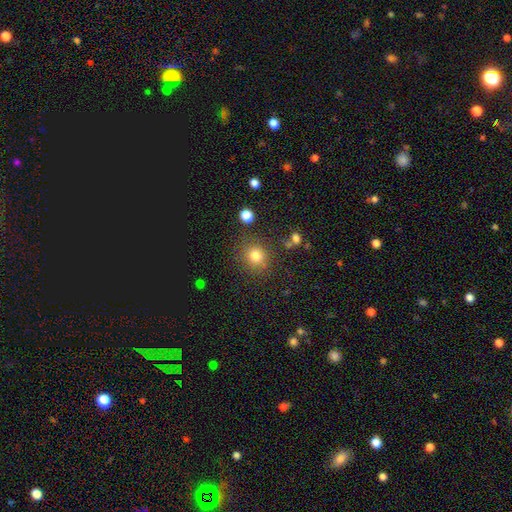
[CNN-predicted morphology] This is likely a smooth galaxy (80%). How rounded: clearly round (87%). Merging: clearly none (84%).